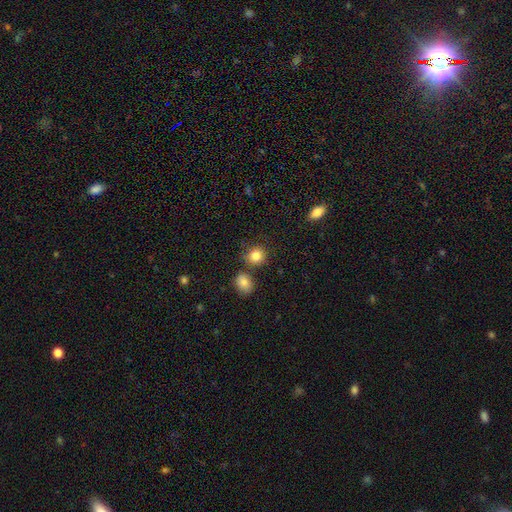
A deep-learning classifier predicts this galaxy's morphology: A smooth galaxy with no disk features (84%) that is round (83%).

Vote fractions:
- Smooth or featured? smooth: 84% / star or artifact: 10% / featured or disk: 6%
- How rounded? round: 83% / in between: 16% / cigar-shaped: 1%
- Merging? none: 75% / merger: 11% / minor disturbance: 11% / major disturbance: 3%